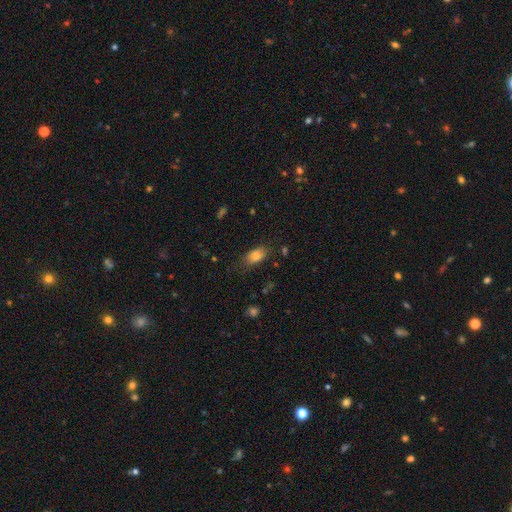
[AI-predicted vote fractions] Morphology: type=smooth (81%); roundness=in between (86%); merging=none (68%).